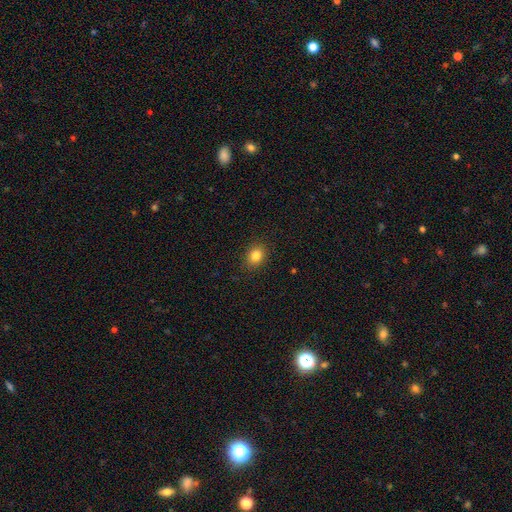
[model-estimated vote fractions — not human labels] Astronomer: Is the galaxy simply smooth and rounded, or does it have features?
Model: smooth — 83%.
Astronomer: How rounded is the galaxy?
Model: in between — 51% (runner-up: round, 48%).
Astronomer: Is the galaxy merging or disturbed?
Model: none — 89%.